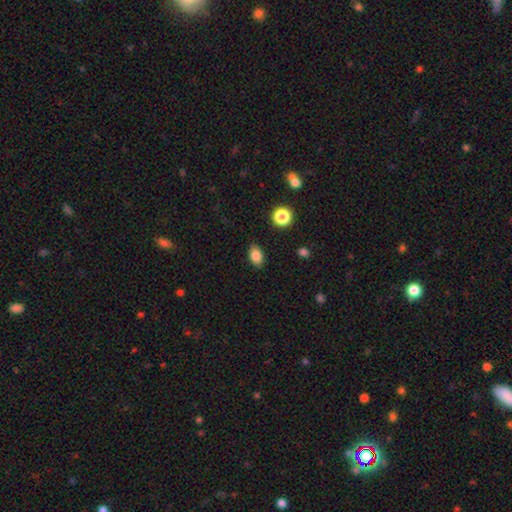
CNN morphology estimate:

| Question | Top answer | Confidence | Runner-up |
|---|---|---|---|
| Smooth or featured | smooth | 84% | star or artifact (10%) |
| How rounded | in between | 85% | round (13%) |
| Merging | none | 87% | minor disturbance (10%) |